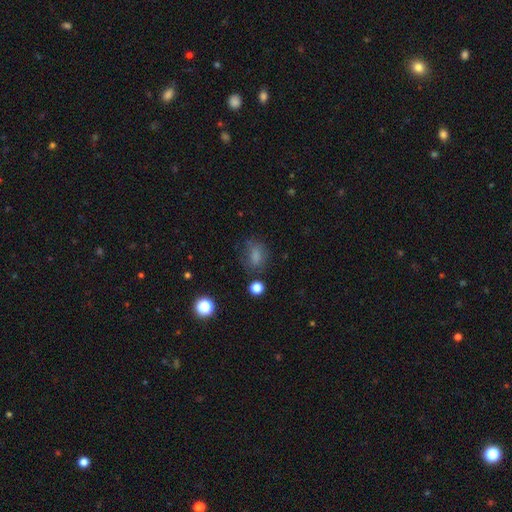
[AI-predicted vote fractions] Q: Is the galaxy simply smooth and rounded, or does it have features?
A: smooth — 75%.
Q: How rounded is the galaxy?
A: in between — 67%.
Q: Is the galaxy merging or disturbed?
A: none — 62%.